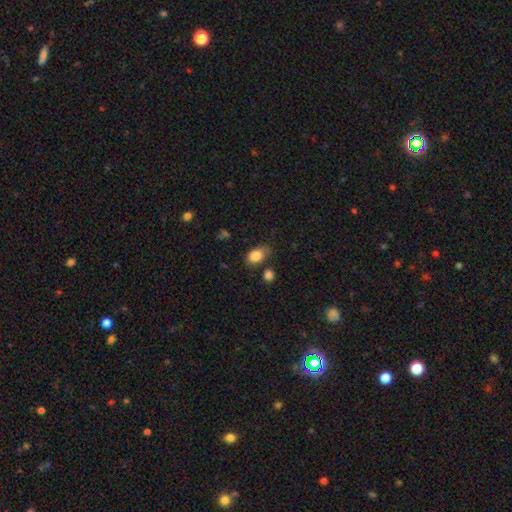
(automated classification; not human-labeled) Smooth or featured?
  - smooth: 85% *
  - star or artifact: 9%
  - featured or disk: 7%
How rounded?
  - in between: 80% *
  - round: 18%
  - cigar-shaped: 2%
Merging?
  - none: 62% *
  - minor disturbance: 26%
  - major disturbance: 6%
  - merger: 6%